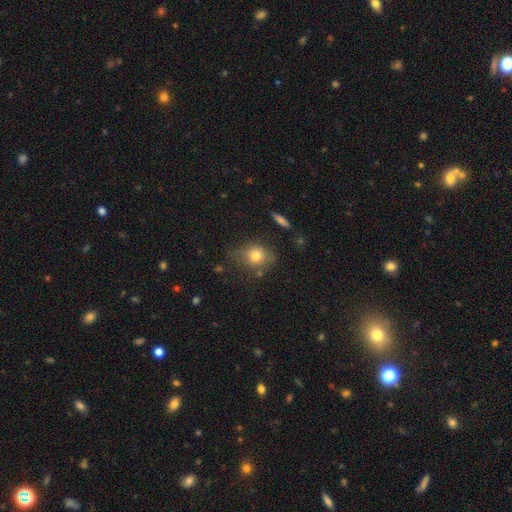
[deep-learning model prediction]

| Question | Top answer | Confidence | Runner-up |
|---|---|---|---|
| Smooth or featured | smooth | 76% | featured or disk (13%) |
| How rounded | round | 60% | in between (39%) |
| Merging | none | 65% | minor disturbance (23%) |